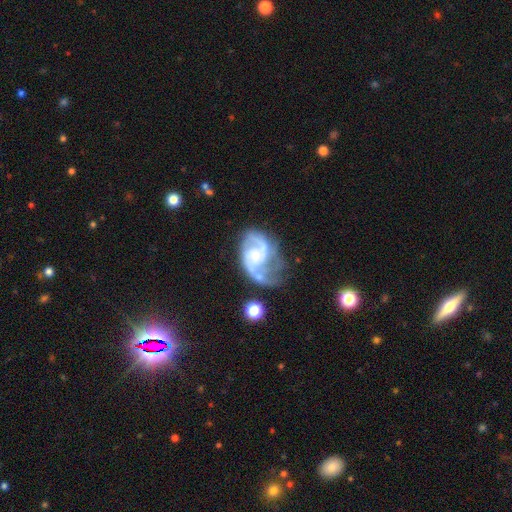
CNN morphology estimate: Smooth or featured?
  - featured or disk: 89% *
  - smooth: 6%
  - star or artifact: 5%
Edge-on disk?
  - no: 98% *
  - yes: 2%
Bar?
  - no: 59% *
  - weak: 34%
  - strong: 8%
Spiral arms?
  - yes: 97% *
  - no: 3%
Spiral winding?
  - medium: 54% *
  - loose: 24%
  - tight: 22%
Spiral arm count?
  - 2: 79% *
  - 3: 7%
  - can't tell: 6%
  - 1: 4%
  - 4: 2%
  - more than 4: 2%
Bulge size?
  - small: 59% *
  - moderate: 37%
  - large: 2%
  - none: 2%
  - dominant: 1%
Merging?
  - none: 44% *
  - minor disturbance: 25%
  - major disturbance: 22%
  - merger: 10%